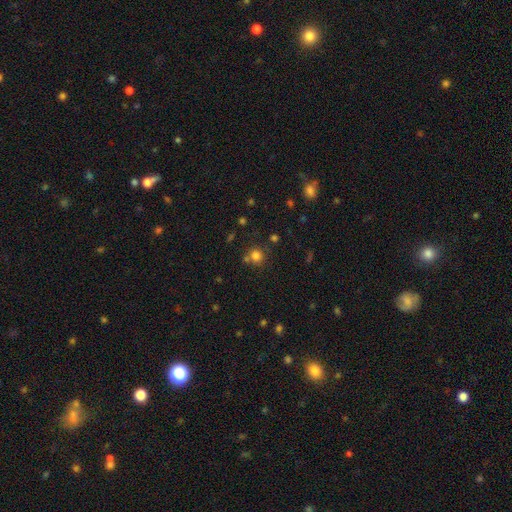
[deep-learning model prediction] This is likely a smooth galaxy (77%). How rounded: clearly round (89%). Merging: likely none (70%).